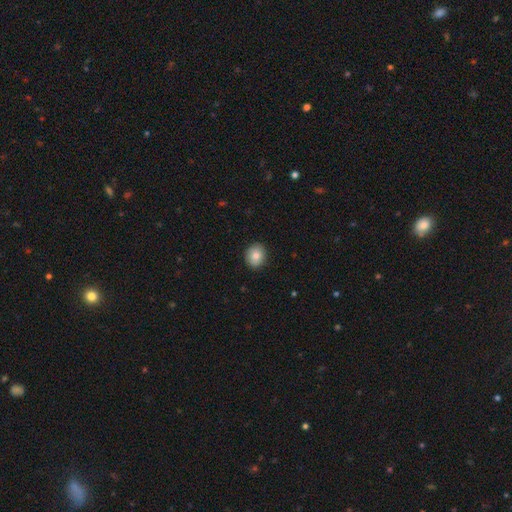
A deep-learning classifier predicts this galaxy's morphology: This is clearly a smooth galaxy (81%). How rounded: likely round (71%). Merging: clearly none (89%).